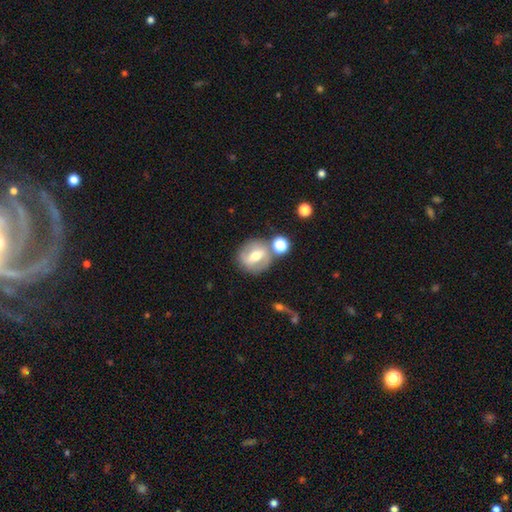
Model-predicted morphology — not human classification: Q: Smooth or featured?
A: featured or disk (54%); runner-up: smooth (37%)
Q: Edge-on disk?
A: no (92%); runner-up: yes (8%)
Q: Merging?
A: none (68%); runner-up: merger (14%)